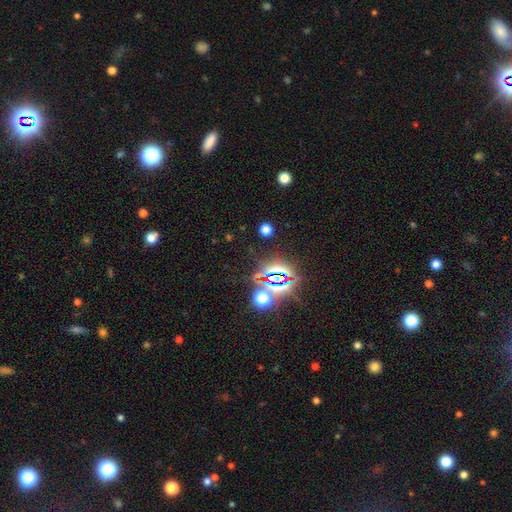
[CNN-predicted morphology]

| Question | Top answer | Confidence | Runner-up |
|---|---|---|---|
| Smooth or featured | star or artifact | 80% | smooth (12%) |